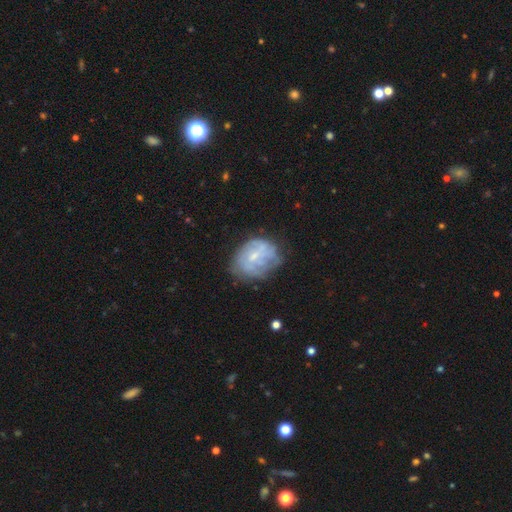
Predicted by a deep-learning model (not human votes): Smooth or featured: featured or disk — 56% (smooth — 34%)
Edge-on disk: no — 98% (yes — 2%)
Bar: no — 57% (weak — 36%)
Spiral arms: yes — 51% (no — 49%)
Bulge size: small — 62% (moderate — 22%)
Merging: none — 55% (minor disturbance — 26%)